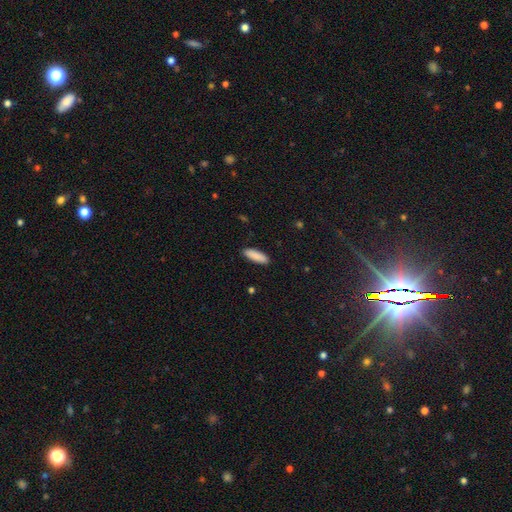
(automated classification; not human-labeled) Morphology: type=smooth (90%); roundness=in between (52%); merging=none (90%).